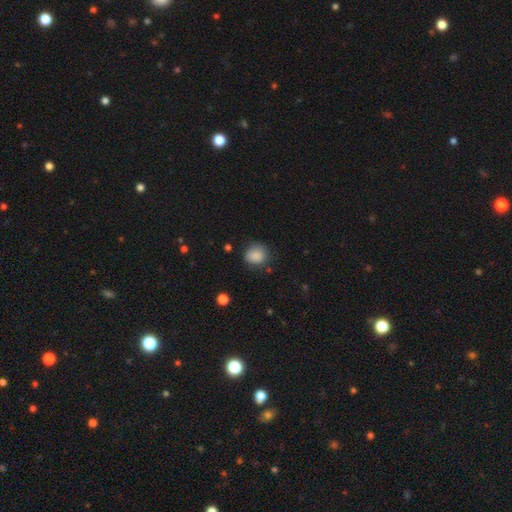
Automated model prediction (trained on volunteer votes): A smooth galaxy with no disk features (86%) that is round (79%).

Vote fractions:
- Smooth or featured? smooth: 86% / star or artifact: 9% / featured or disk: 5%
- How rounded? round: 79% / in between: 20% / cigar-shaped: 1%
- Merging? none: 74% / minor disturbance: 19% / major disturbance: 5% / merger: 2%